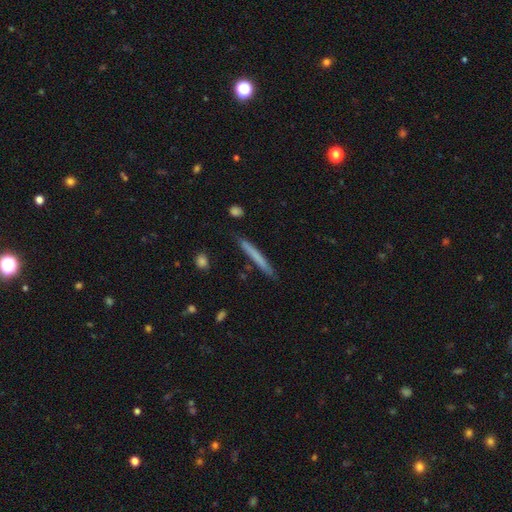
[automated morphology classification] Overall: smooth (65%; featured or disk 29%). How rounded: cigar-shaped (97%). Merging: none (86%).